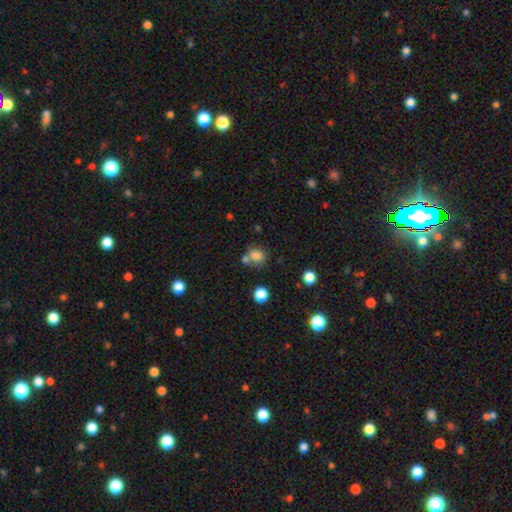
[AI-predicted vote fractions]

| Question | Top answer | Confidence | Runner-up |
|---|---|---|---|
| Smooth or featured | smooth | 79% | star or artifact (13%) |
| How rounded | round | 63% | in between (36%) |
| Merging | none | 52% | merger (29%) |